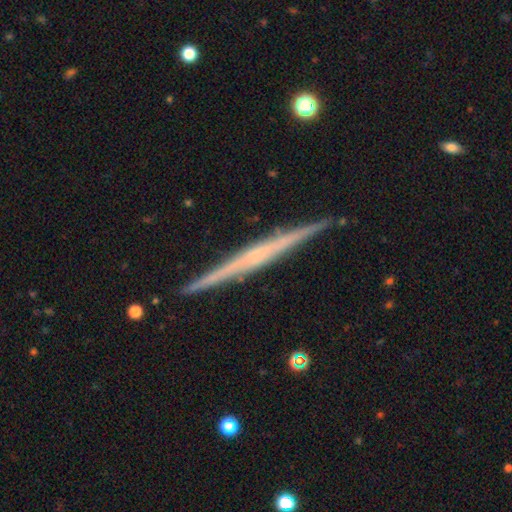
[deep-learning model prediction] Smooth or featured?
  - featured or disk: 75% *
  - smooth: 19%
  - star or artifact: 5%
Edge-on disk?
  - yes: 98% *
  - no: 2%
Edge-on bulge?
  - none: 64% *
  - rounded: 23%
  - boxy: 12%
Merging?
  - none: 91% *
  - minor disturbance: 7%
  - major disturbance: 1%
  - merger: 1%